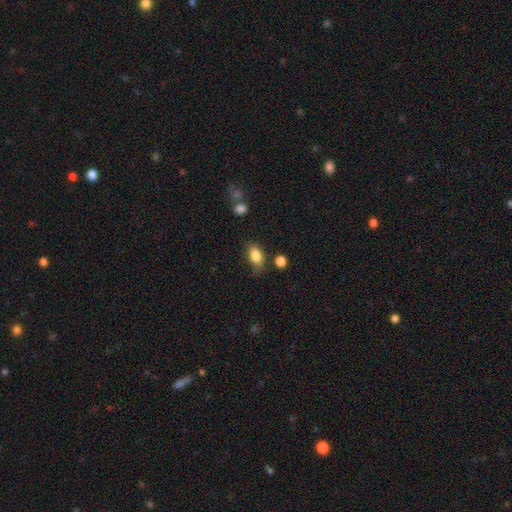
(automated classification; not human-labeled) Smooth or featured?
  - smooth: 85% *
  - star or artifact: 8%
  - featured or disk: 7%
How rounded?
  - in between: 86% *
  - round: 10%
  - cigar-shaped: 3%
Merging?
  - none: 70% *
  - minor disturbance: 20%
  - major disturbance: 5%
  - merger: 4%